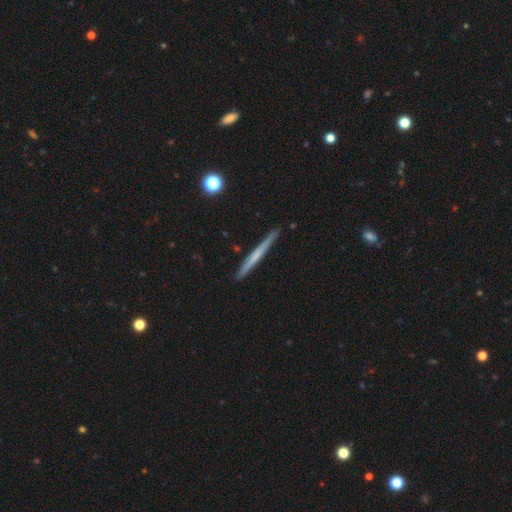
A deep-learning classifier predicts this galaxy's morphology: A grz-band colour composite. It shows a featured or disk galaxy (52%) viewed edge-on (98%) with no central bulge (76%). Merging: none (91%).